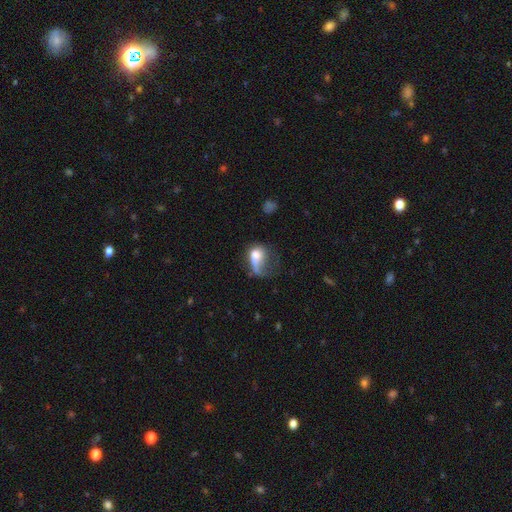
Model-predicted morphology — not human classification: A smooth galaxy with no disk features (56%) that is in between round and cigar-shaped (62%). Merging: major disturbance (58%).